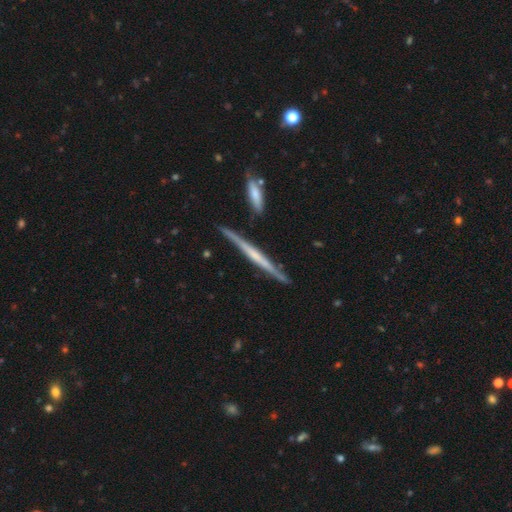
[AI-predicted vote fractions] featured or disk 69%, smooth 25%, star or artifact 6%. Down the decision tree: edge-on disk — yes (97%); edge-on bulge — none (59%); merging — none (83%).